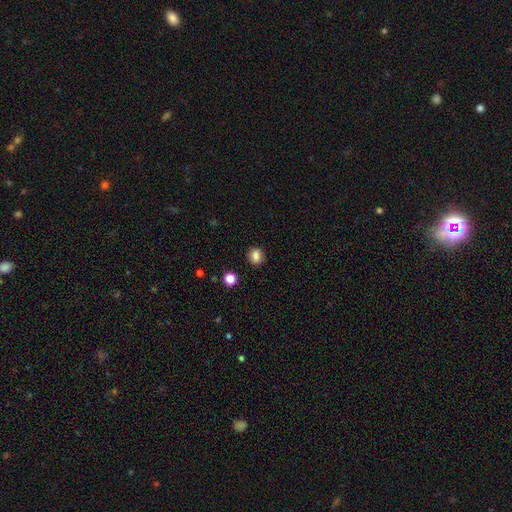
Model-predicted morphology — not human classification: Smooth or featured?
  - smooth: 84% *
  - star or artifact: 11%
  - featured or disk: 5%
How rounded?
  - round: 70% *
  - in between: 29%
  - cigar-shaped: 1%
Merging?
  - none: 89% *
  - minor disturbance: 7%
  - major disturbance: 2%
  - merger: 2%